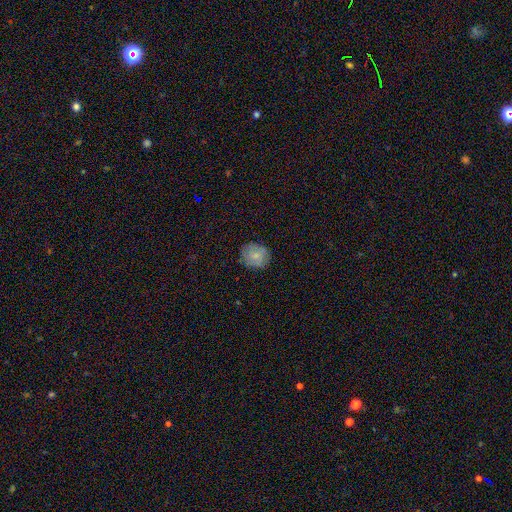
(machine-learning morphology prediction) smooth-or-featured: smooth: 69% | featured or disk: 23% | star or artifact: 8%
  how-rounded: round: 72% | in between: 27% | cigar-shaped: 1%
  merging: none: 80% | minor disturbance: 15% | major disturbance: 4% | merger: 1%